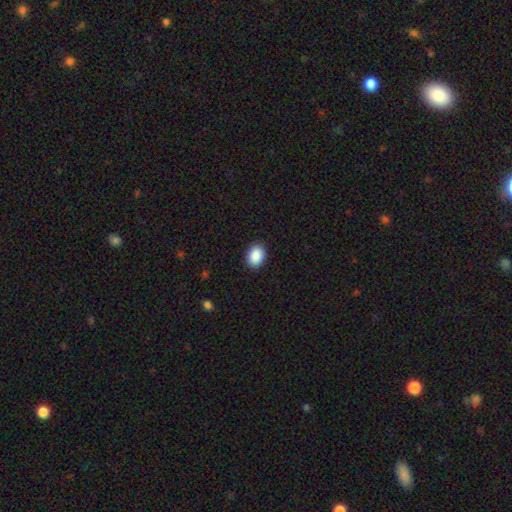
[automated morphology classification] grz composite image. It shows a smooth galaxy with no disk features (90%) that is in between round and cigar-shaped (68%). Merging: none (90%).